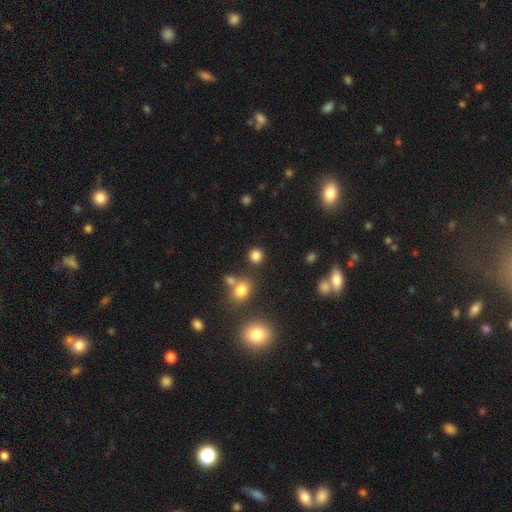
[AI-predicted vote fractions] This appears to be a smooth galaxy with no disk features (80%) that is round (87%). Merging: none (80%).